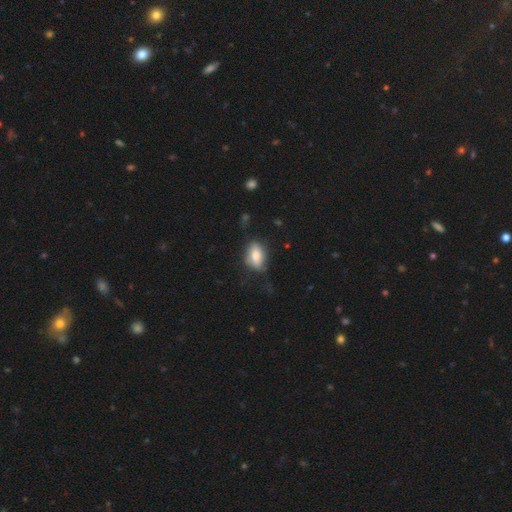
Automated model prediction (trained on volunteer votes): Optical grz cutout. It shows a smooth galaxy with no disk features (70%) that is in between round and cigar-shaped (85%). Merging: none (61%).